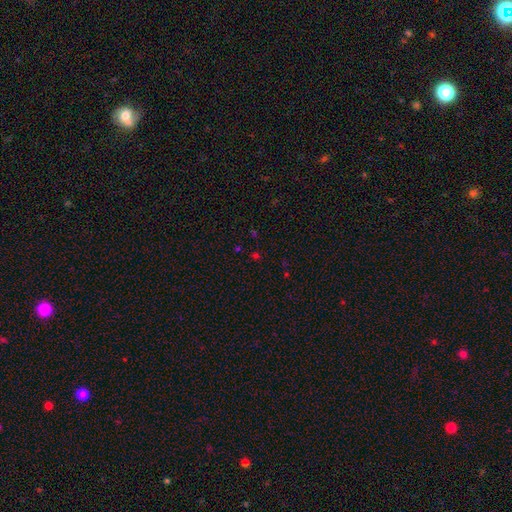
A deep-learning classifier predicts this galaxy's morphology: smooth_or_featured: star or artifact (p=0.53) [alt: smooth p=0.40]